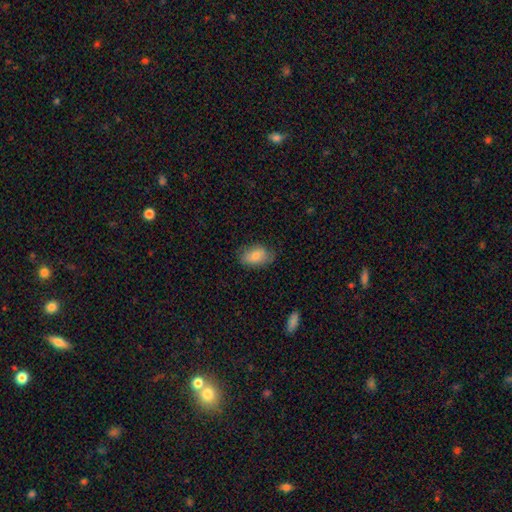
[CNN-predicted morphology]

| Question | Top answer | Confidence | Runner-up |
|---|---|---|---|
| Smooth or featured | smooth | 80% | featured or disk (13%) |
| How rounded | in between | 90% | round (8%) |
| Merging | none | 72% | minor disturbance (21%) |